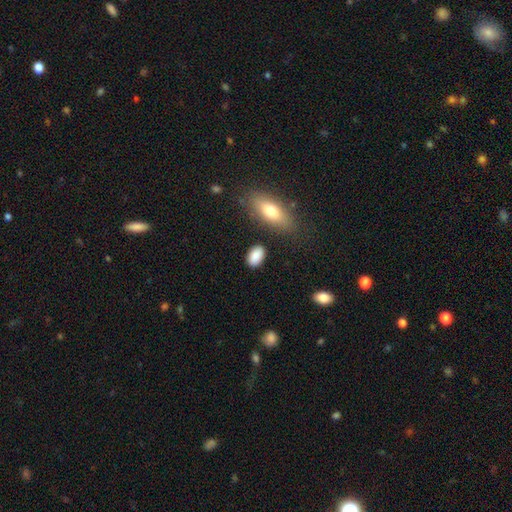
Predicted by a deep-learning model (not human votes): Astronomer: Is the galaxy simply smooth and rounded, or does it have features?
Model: smooth — 88%.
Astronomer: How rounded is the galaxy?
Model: in between — 88%.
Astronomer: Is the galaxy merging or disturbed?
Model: none — 82%.